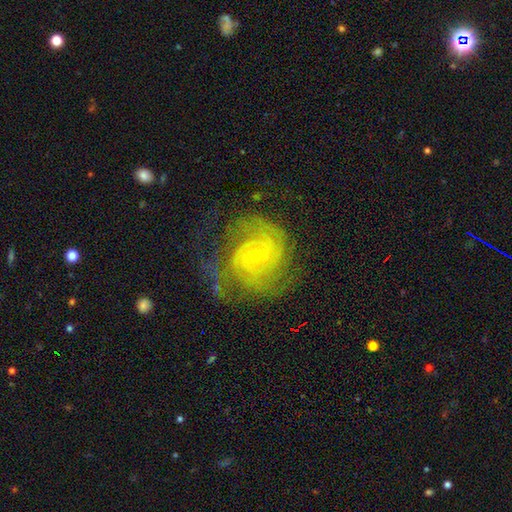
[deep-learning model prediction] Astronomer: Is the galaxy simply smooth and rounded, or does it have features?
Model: featured or disk — 84%.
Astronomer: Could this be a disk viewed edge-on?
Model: no — 98%.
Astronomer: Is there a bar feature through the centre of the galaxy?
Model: no — 68%.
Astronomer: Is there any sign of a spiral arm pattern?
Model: yes — 94%.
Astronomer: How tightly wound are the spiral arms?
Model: tight — 60%.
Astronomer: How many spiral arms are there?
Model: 2 — 36% (runner-up: can't tell, 29%).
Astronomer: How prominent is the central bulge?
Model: small — 81%.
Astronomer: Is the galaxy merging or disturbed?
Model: none — 60%.